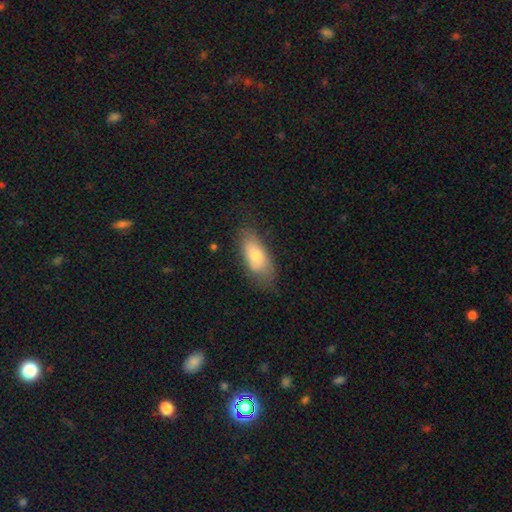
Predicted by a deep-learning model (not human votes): smooth 71%, featured or disk 22%, star or artifact 7%. Down the decision tree: how rounded — in between (86%); merging — none (69%).